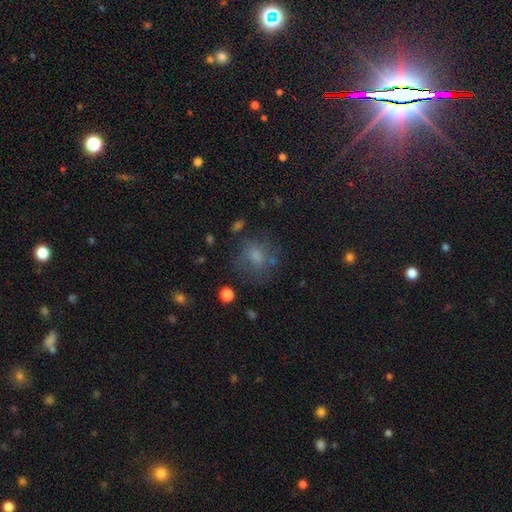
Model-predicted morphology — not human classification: smooth_or_featured: smooth (p=0.66) [alt: featured or disk p=0.19]
how_rounded: round (p=0.61) [alt: in between p=0.38]
merging: none (p=0.57) [alt: minor disturbance p=0.21]